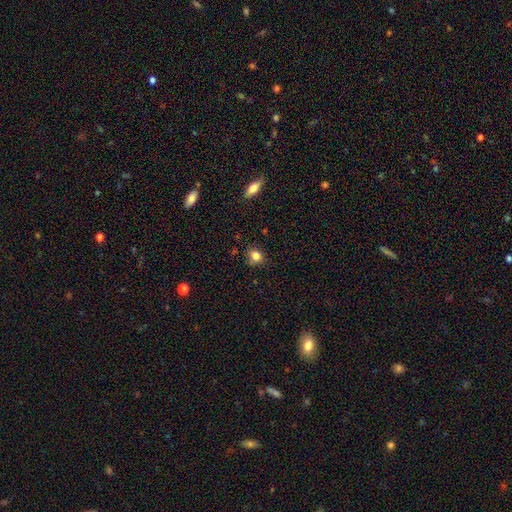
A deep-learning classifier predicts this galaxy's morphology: This appears to be a smooth galaxy with no disk features (83%) that is round (69%). Merging: none (77%).